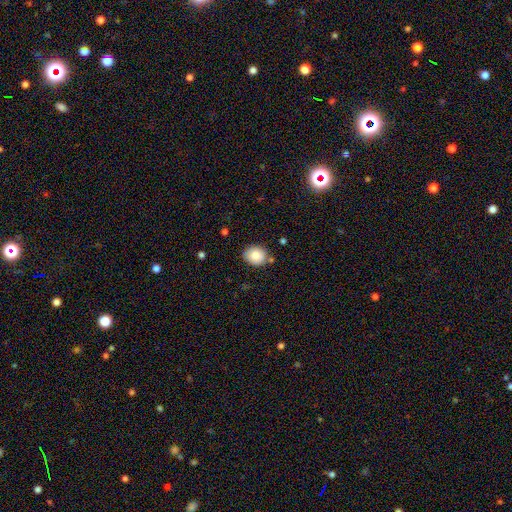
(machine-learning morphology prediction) smooth-or-featured: smooth: 85% | star or artifact: 8% | featured or disk: 7%
  how-rounded: round: 58% | in between: 41% | cigar-shaped: 1%
  merging: none: 80% | minor disturbance: 13% | merger: 4% | major disturbance: 3%